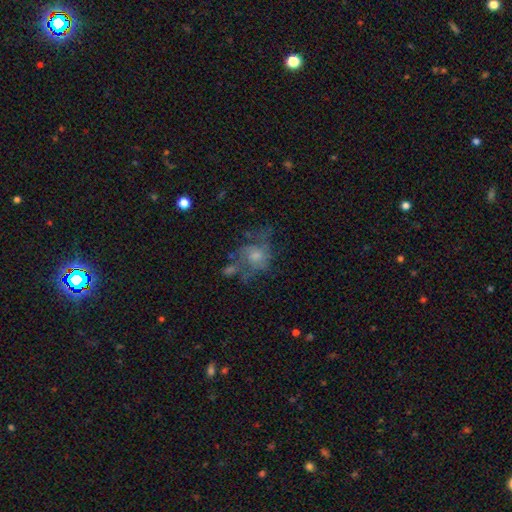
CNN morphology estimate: Smooth or featured? Predicted: featured or disk (p=0.51). Edge-on disk? Predicted: no (p=0.95). Merging? Predicted: none (p=0.45).